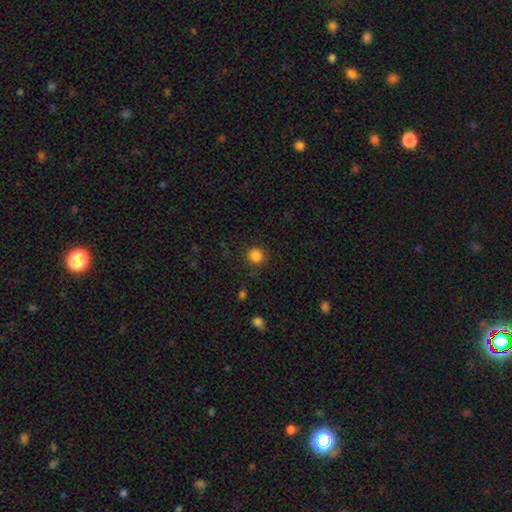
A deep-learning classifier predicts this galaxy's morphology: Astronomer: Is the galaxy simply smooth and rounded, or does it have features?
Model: smooth — 85%.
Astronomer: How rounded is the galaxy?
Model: round — 91%.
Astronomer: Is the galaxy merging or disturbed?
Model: none — 89%.